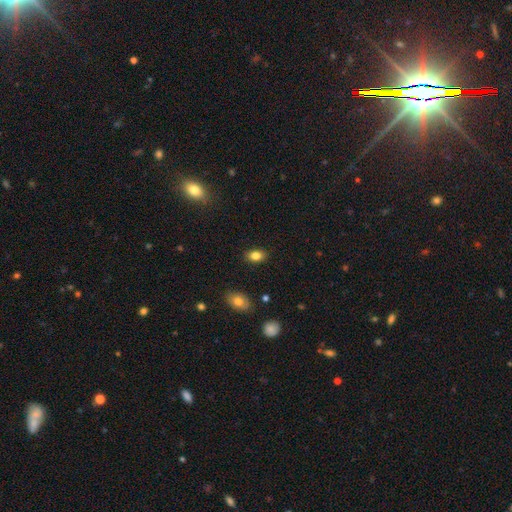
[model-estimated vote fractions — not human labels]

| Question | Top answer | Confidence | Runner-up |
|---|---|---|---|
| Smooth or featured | smooth | 83% | star or artifact (10%) |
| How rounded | in between | 81% | round (17%) |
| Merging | none | 87% | minor disturbance (9%) |